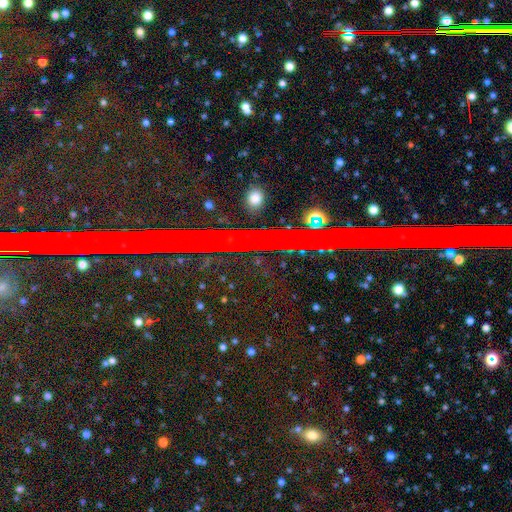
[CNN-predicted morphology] Smooth or featured?
  - star or artifact: 85% *
  - featured or disk: 8%
  - smooth: 7%